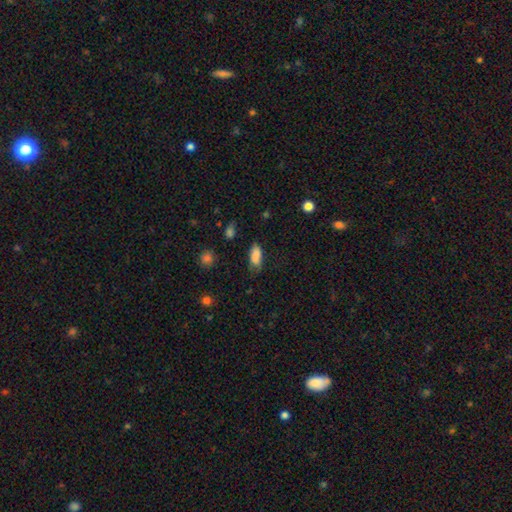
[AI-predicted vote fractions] Overall: smooth (84%). How rounded: in between (83%). Merging: none (65%; minor disturbance 26%).